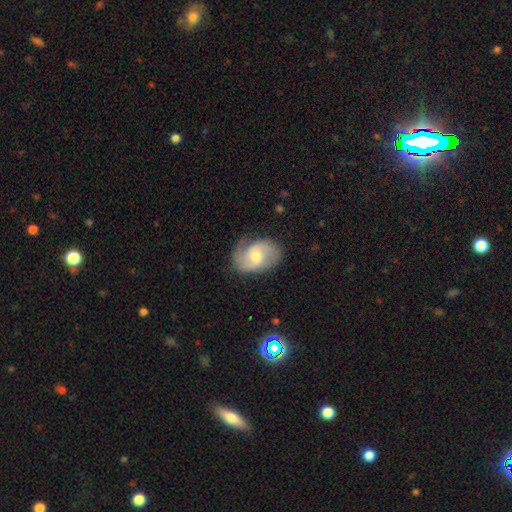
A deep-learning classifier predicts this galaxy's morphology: Q: Smooth or featured?
A: featured or disk (77%); runner-up: smooth (17%)
Q: Edge-on disk?
A: no (97%); runner-up: yes (3%)
Q: Bar?
A: weak (46%); runner-up: no (45%)
Q: Spiral arms?
A: yes (94%); runner-up: no (6%)
Q: Spiral winding?
A: medium (51%); runner-up: tight (26%)
Q: Spiral arm count?
A: 2 (85%); runner-up: can't tell (7%)
Q: Bulge size?
A: moderate (59%); runner-up: small (34%)
Q: Merging?
A: none (74%); runner-up: minor disturbance (18%)